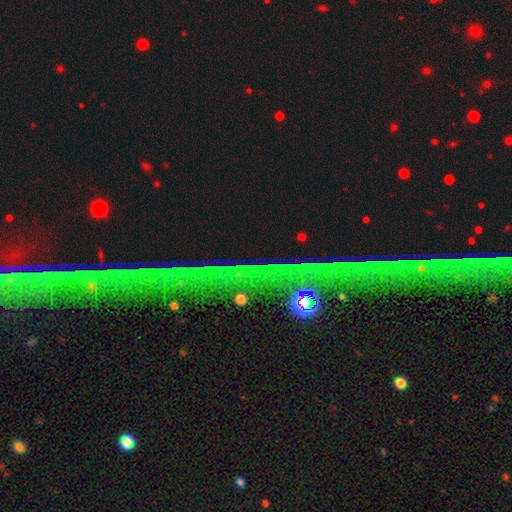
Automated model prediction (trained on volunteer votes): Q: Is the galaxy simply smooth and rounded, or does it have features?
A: star or artifact — 81%.